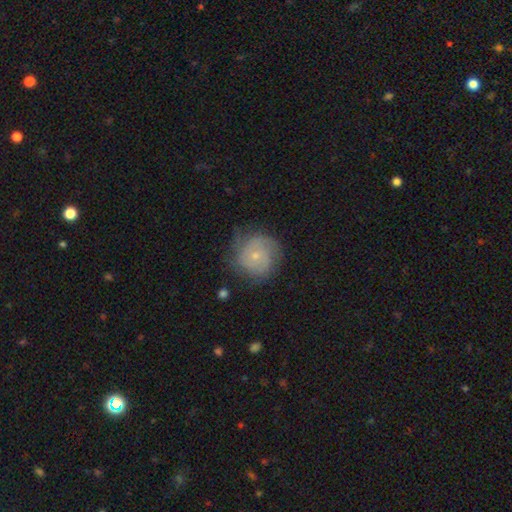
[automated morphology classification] smooth-or-featured: featured or disk: 61% | smooth: 31% | star or artifact: 8%
  disk-edge-on: no: 98% | yes: 2%
    bar: no: 80% | weak: 17% | strong: 3%
    has-spiral-arms: yes: 85% | no: 15%
      spiral-winding: tight: 57% | medium: 32% | loose: 12%
      spiral-arm-count: can't tell: 37% | 2: 30% | 3: 18% | 1: 6% | 4: 5% | more than 4: 4%
    bulge-size: small: 73% | moderate: 22% | none: 2% | large: 1% | dominant: 1%
  merging: none: 67% | minor disturbance: 22% | major disturbance: 9% | merger: 2%